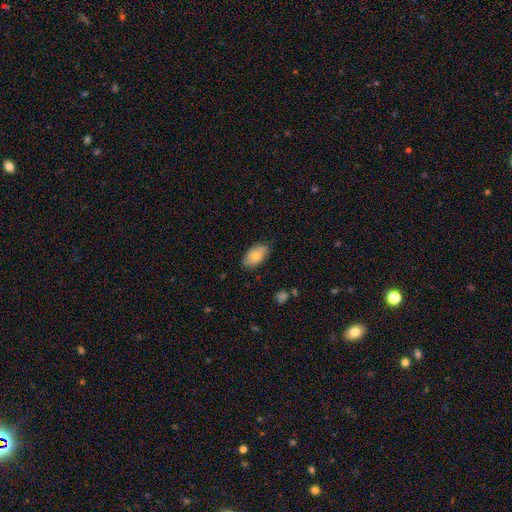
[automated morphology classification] smooth_or_featured: smooth (p=0.73) [alt: featured or disk p=0.20]
how_rounded: in between (p=0.93) [alt: round p=0.05]
merging: none (p=0.79) [alt: minor disturbance p=0.17]